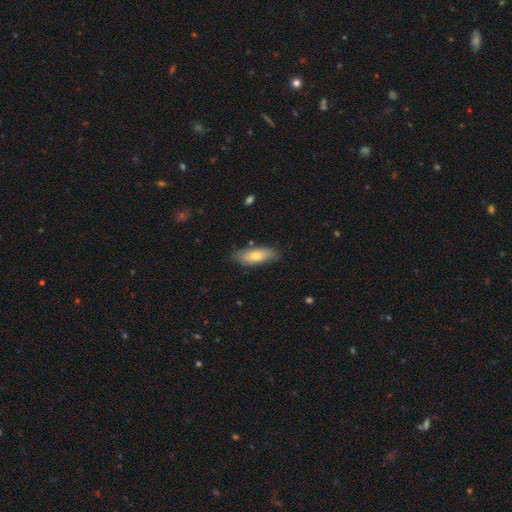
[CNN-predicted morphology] Smooth or featured? smooth (74%)
How rounded? in between (70%)
Merging? none (79%)